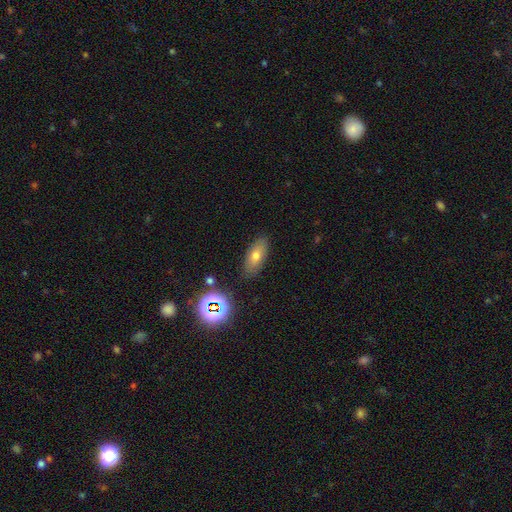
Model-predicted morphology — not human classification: A smooth galaxy with no disk features (66%) that is in between round and cigar-shaped (80%). Merging: none (84%).